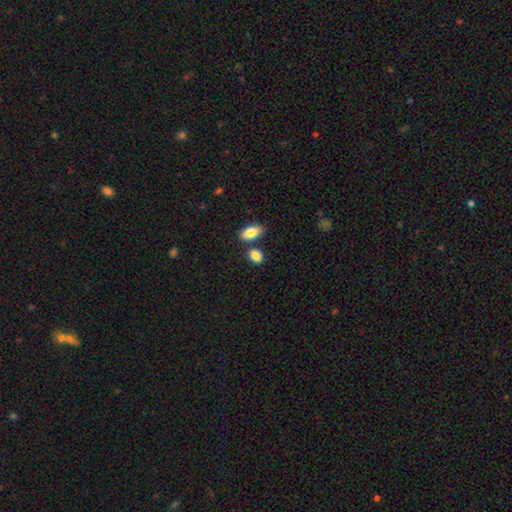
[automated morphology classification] Q: Smooth or featured?
A: smooth (87%); runner-up: star or artifact (7%)
Q: How rounded?
A: in between (84%); runner-up: round (14%)
Q: Merging?
A: none (69%); runner-up: merger (17%)